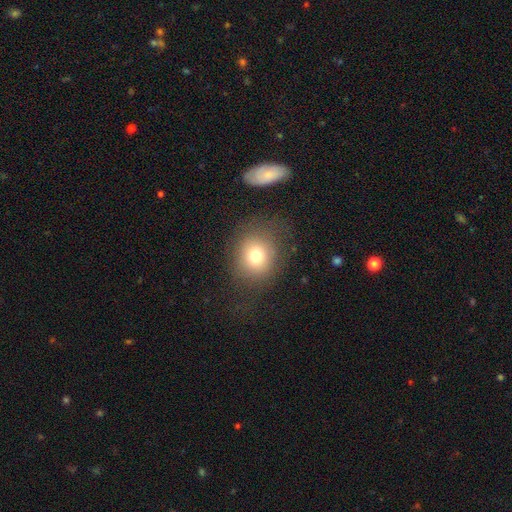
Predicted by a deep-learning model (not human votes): A smooth galaxy with no disk features (74%) that is round (76%). Merging: none (73%).